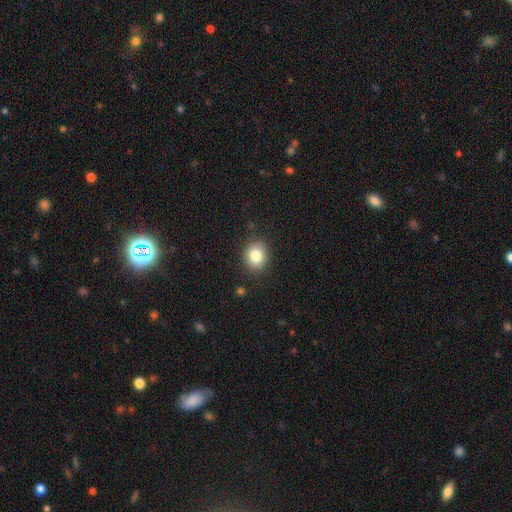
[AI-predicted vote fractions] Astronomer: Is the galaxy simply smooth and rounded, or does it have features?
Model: smooth — 83%.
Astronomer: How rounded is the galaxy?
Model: round — 61% (runner-up: in between, 38%).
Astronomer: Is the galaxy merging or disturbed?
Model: none — 86%.